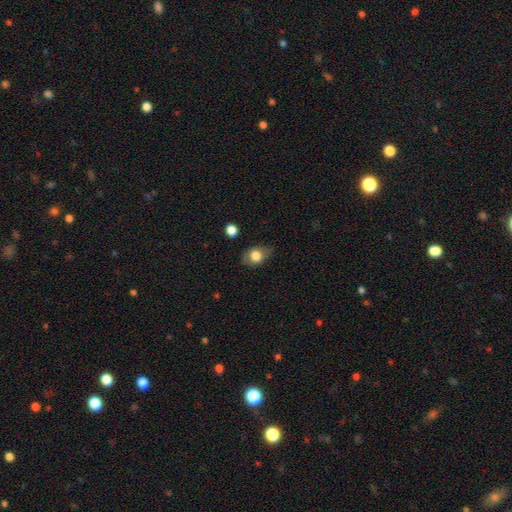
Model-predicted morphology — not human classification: smooth-or-featured: smooth: 72% | featured or disk: 20% | star or artifact: 8%
  how-rounded: in between: 75% | round: 24% | cigar-shaped: 2%
  merging: none: 71% | minor disturbance: 21% | major disturbance: 6% | merger: 2%